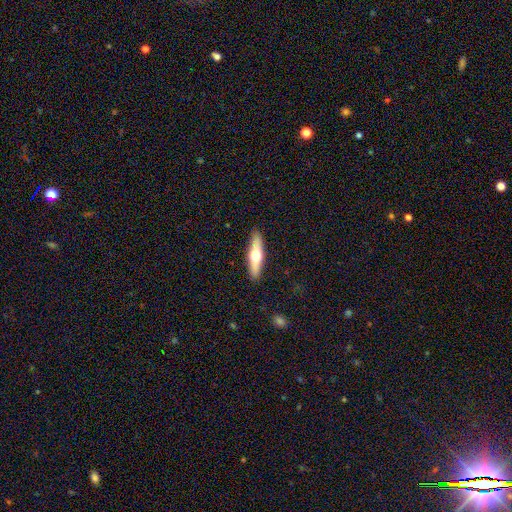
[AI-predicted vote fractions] This appears to be a smooth galaxy with no disk features (50%). Merging: none (90%).